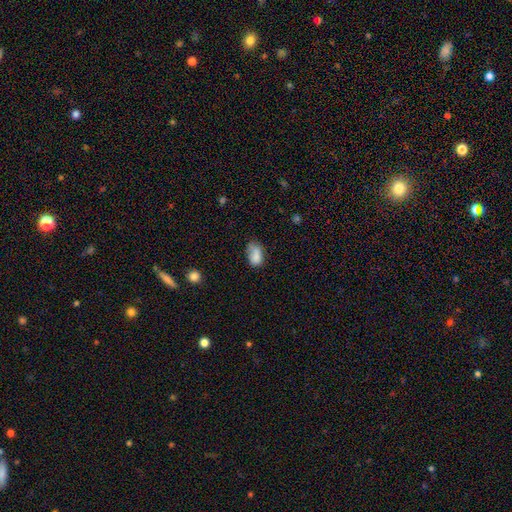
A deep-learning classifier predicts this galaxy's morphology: This appears to be a smooth galaxy with no disk features (80%) that is in between round and cigar-shaped (88%). Merging: none (44%).